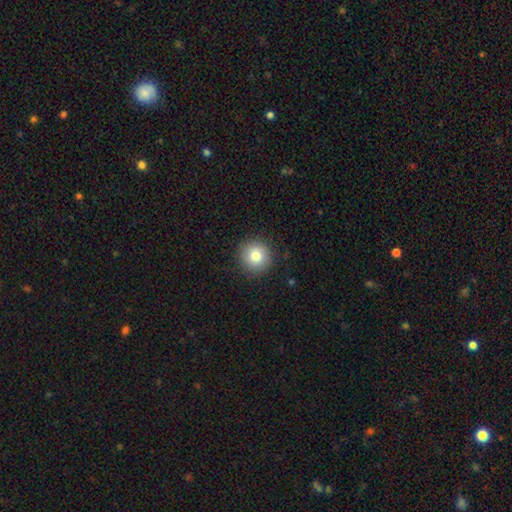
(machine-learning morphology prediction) A smooth galaxy with no disk features (81%) that is round (94%). Merging: none (91%).